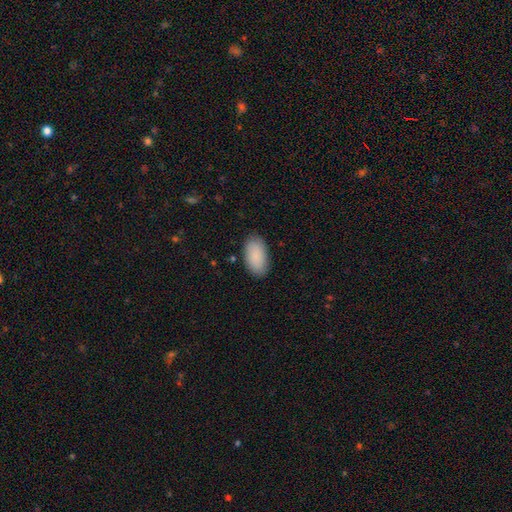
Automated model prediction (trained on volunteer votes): Smooth or featured? smooth (89%)
How rounded? in between (95%)
Merging? none (86%)